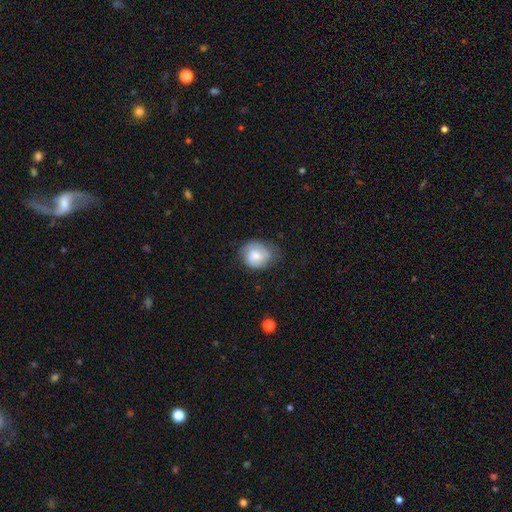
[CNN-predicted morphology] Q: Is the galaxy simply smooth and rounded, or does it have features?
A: smooth — 62%.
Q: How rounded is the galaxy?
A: round — 65%.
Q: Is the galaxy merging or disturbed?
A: none — 59%.